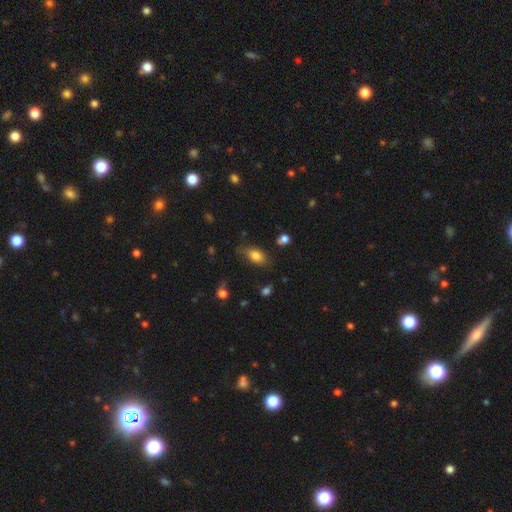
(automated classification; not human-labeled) smooth-or-featured: smooth: 81% | featured or disk: 11% | star or artifact: 9%
  how-rounded: in between: 88% | round: 7% | cigar-shaped: 5%
  merging: none: 68% | minor disturbance: 23% | major disturbance: 7% | merger: 2%